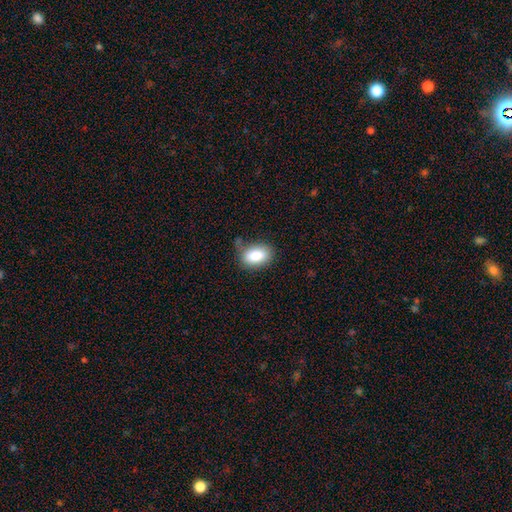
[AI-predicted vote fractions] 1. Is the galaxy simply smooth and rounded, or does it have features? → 86% smooth, 8% star or artifact, 6% featured or disk.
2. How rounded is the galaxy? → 88% in between, 10% round, 2% cigar-shaped.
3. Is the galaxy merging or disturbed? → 67% none, 22% minor disturbance, 7% major disturbance, 4% merger.